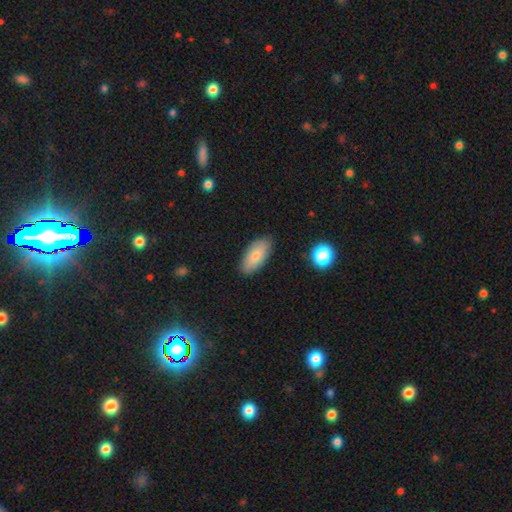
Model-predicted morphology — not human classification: smooth 78%, featured or disk 15%, star or artifact 7%. Down the decision tree: how rounded — in between (89%); merging — none (86%).